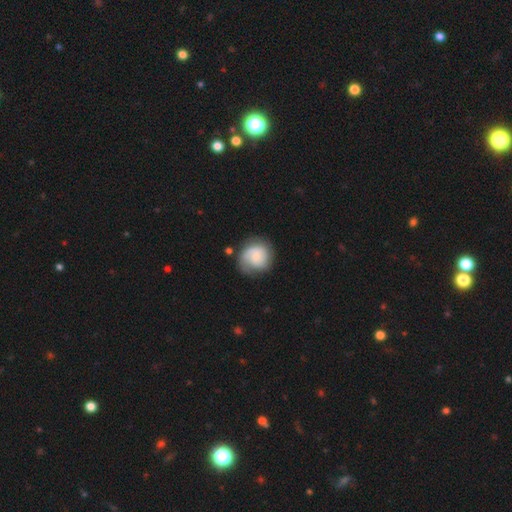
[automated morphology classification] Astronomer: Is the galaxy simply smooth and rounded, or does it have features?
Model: smooth — 48% (runner-up: featured or disk, 44%).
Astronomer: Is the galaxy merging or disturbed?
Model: none — 64%.